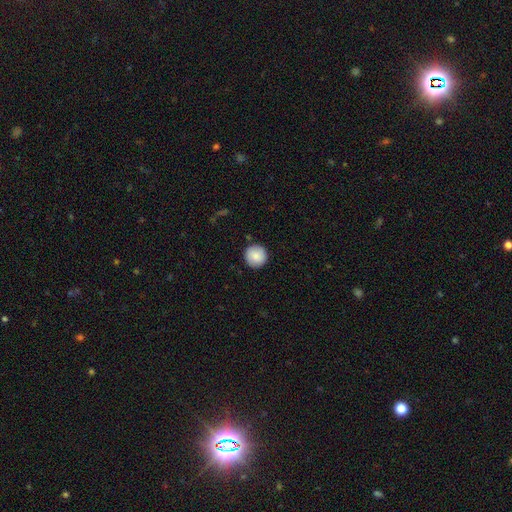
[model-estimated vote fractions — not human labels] The model was most divided on "smooth or featured": smooth: 86%, star or artifact: 7%, featured or disk: 7%. More confident: how rounded — round (96%); merging — none (90%).